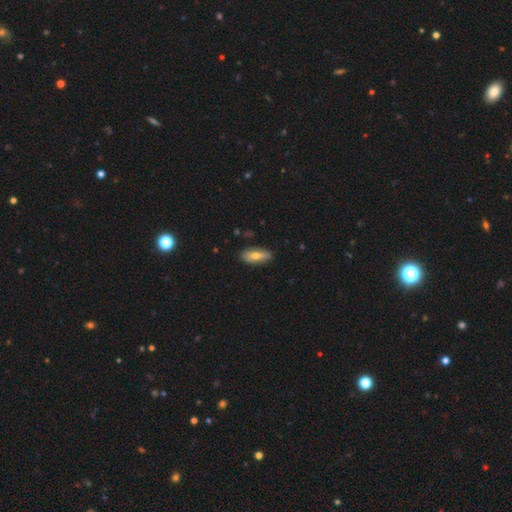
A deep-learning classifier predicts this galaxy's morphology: type=smooth (66%); roundness=in between (80%); merging=none (85%).